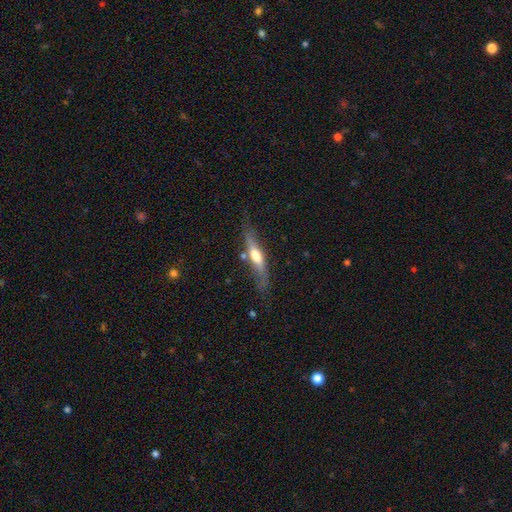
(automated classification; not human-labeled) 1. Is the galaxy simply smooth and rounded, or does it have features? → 58% featured or disk, 36% smooth, 6% star or artifact.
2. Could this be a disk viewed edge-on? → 87% yes, 13% no.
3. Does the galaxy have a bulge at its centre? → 82% rounded, 10% boxy, 8% none.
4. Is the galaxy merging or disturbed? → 66% none, 21% minor disturbance, 7% major disturbance, 6% merger.